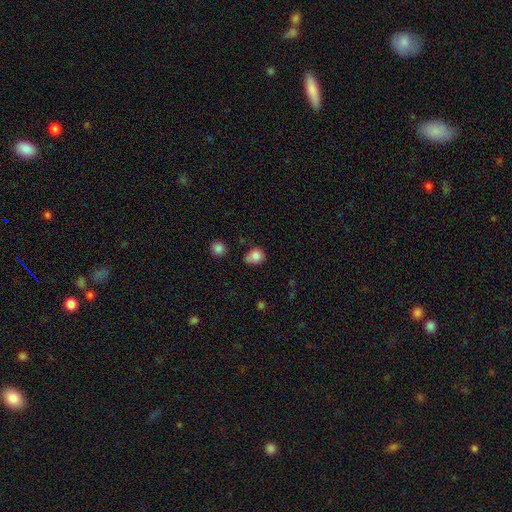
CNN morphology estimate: smooth_or_featured: smooth (p=0.83) [alt: star or artifact p=0.10]
how_rounded: round (p=0.61) [alt: in between p=0.38]
merging: none (p=0.52) [alt: minor disturbance p=0.36]